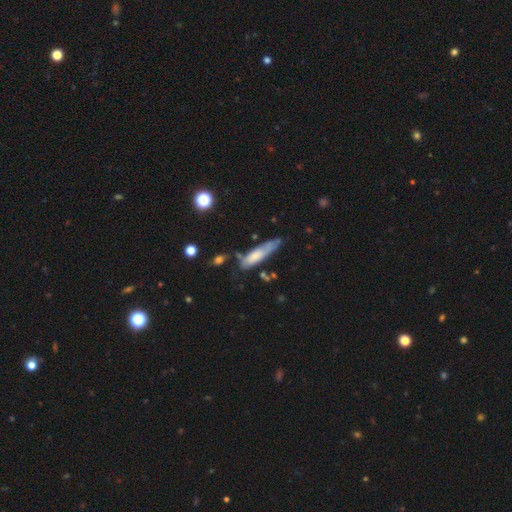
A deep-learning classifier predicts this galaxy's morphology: Smooth or featured?
  - smooth: 58% *
  - featured or disk: 36%
  - star or artifact: 6%
How rounded?
  - cigar-shaped: 62% *
  - in between: 36%
  - round: 2%
Merging?
  - none: 48% *
  - minor disturbance: 29%
  - major disturbance: 13%
  - merger: 10%